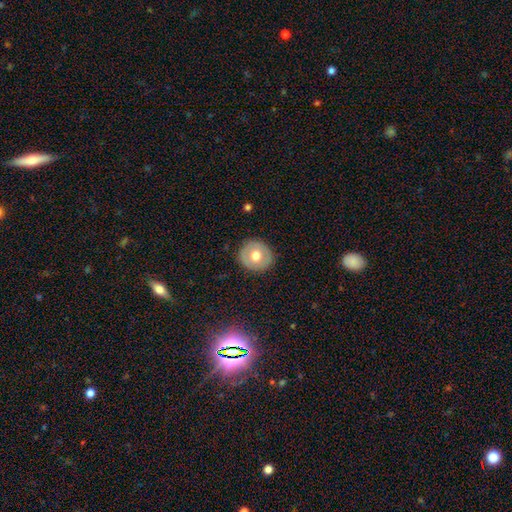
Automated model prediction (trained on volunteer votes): smooth_or_featured: smooth (p=0.59) [alt: featured or disk p=0.34]
how_rounded: round (p=0.87) [alt: in between p=0.12]
merging: none (p=0.88) [alt: minor disturbance p=0.08]